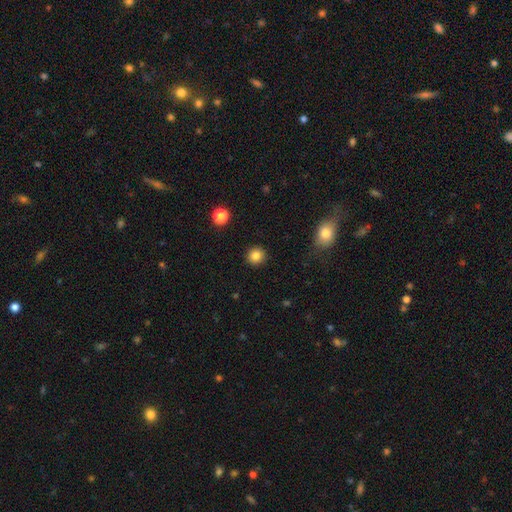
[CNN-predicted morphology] A smooth galaxy with no disk features (84%) that is round (93%). Merging: none (92%).